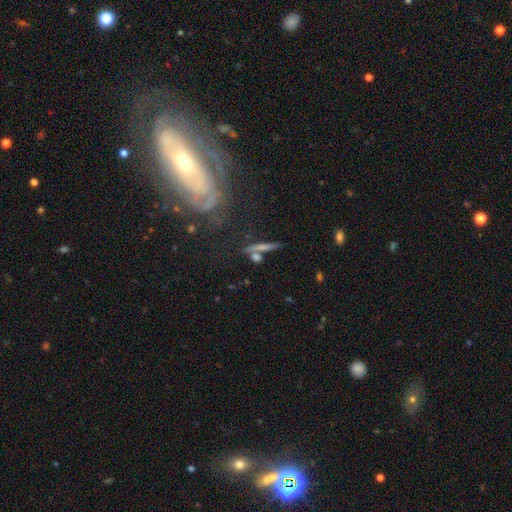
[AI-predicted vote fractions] Smooth or featured? Predicted: smooth (p=0.50). Merging? Predicted: none (p=0.65).